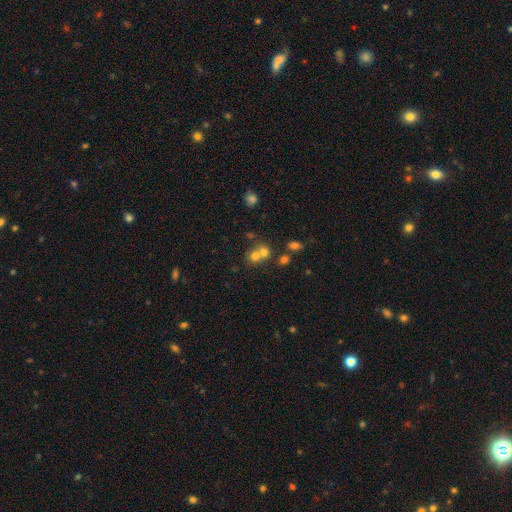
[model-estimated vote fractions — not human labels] This appears to be a smooth galaxy with no disk features (68%) that is round (80%). Merging: merger (54%).